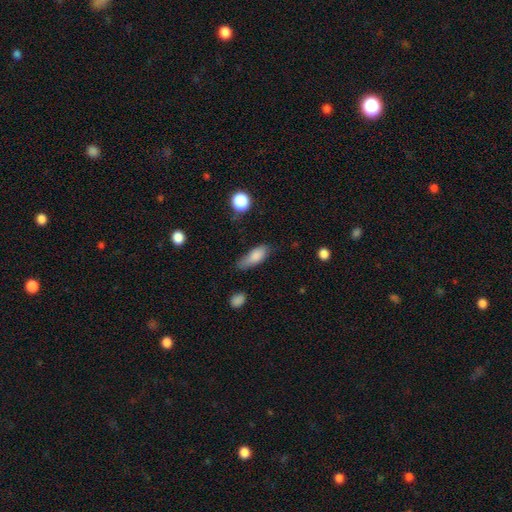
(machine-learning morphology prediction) Smooth or featured? smooth (82%)
How rounded? in between (72%)
Merging? none (58%)